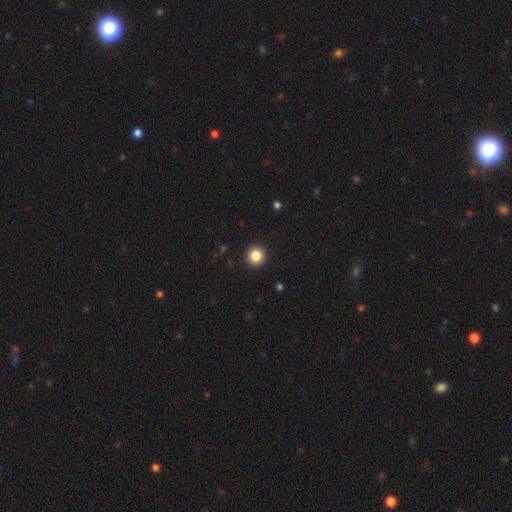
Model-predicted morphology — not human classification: This is clearly a smooth galaxy (86%). How rounded: clearly round (94%). Merging: clearly none (93%).